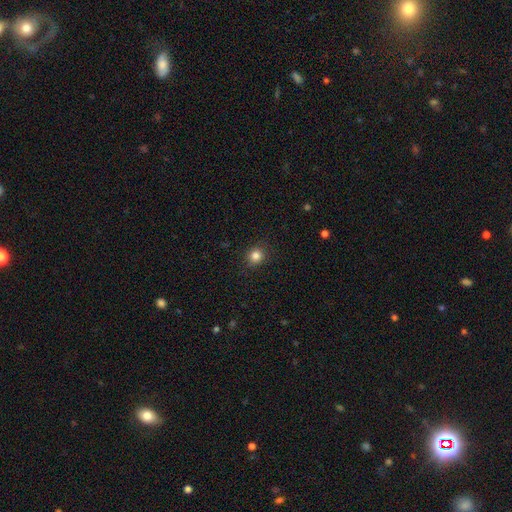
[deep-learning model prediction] Smooth or featured: smooth — 84% (star or artifact — 12%)
How rounded: round — 85% (in between — 14%)
Merging: none — 89% (minor disturbance — 8%)